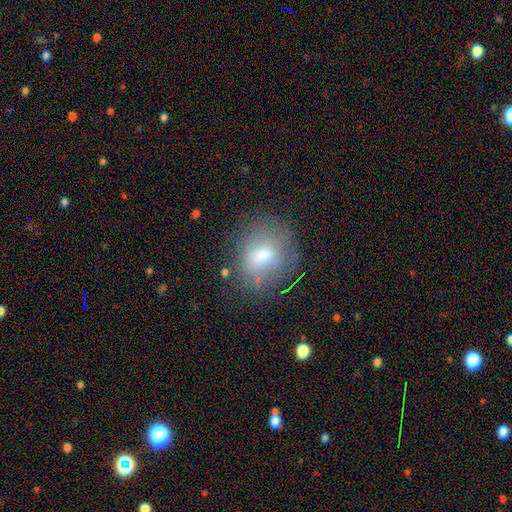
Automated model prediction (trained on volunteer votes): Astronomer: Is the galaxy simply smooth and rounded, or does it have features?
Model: smooth — 65%.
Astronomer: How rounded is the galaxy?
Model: round — 64%.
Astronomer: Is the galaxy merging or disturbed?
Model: none — 68%.